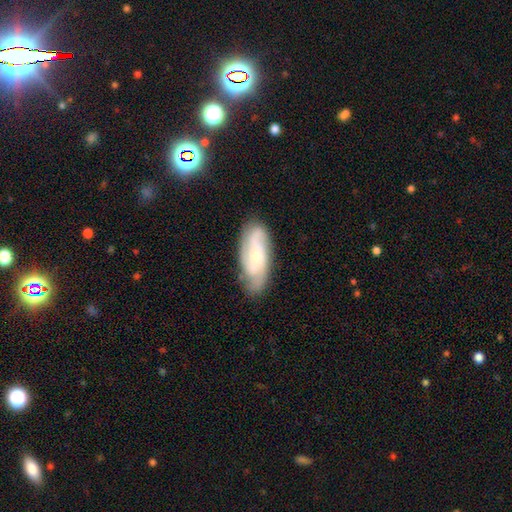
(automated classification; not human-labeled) A featured or disk galaxy (75%) with no bar (68%), 3 (31%, tied with 2) tight (46%) spiral arms (94%) and a small central bulge (70%). Merging: none (77%).